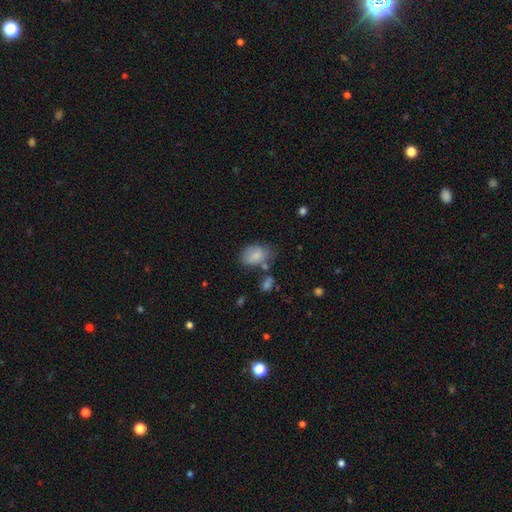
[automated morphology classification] This appears to be a smooth galaxy with no disk features (81%) that is in between round and cigar-shaped (82%). Merging: none (49%).